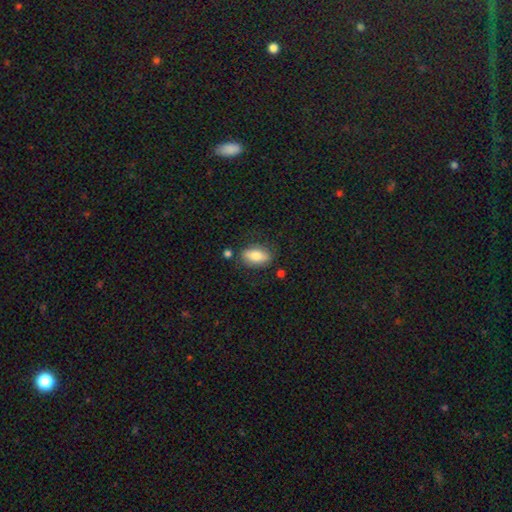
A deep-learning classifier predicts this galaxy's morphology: Smooth or featured? Predicted: smooth (p=0.77). How rounded? Predicted: in between (p=0.87). Merging? Predicted: none (p=0.77).